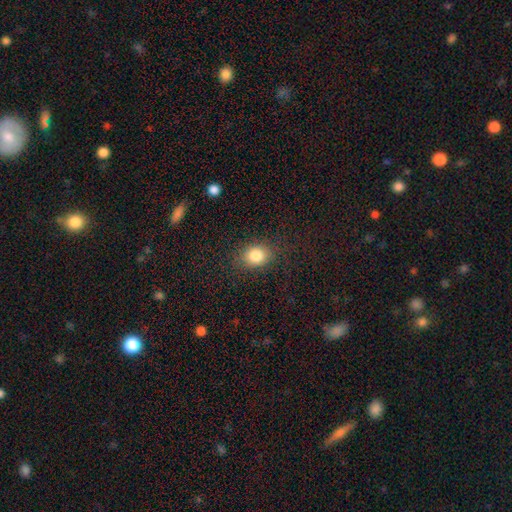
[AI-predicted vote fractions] Smooth or featured: smooth — 82% (star or artifact — 11%)
How rounded: in between — 50% (round — 49%)
Merging: none — 84% (minor disturbance — 11%)